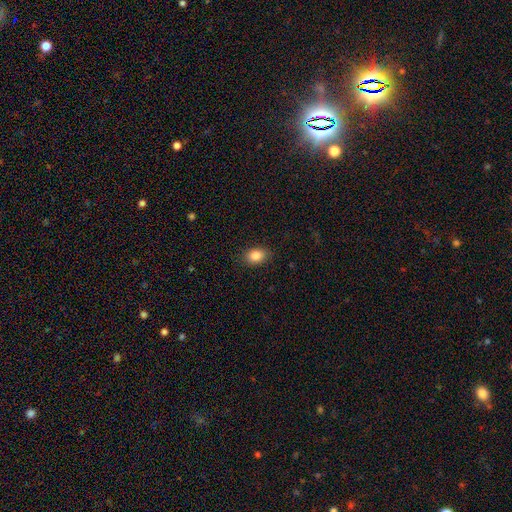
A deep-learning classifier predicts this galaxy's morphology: A smooth galaxy with no disk features (85%) that is in between round and cigar-shaped (71%).

Vote fractions:
- Smooth or featured? smooth: 85% / star or artifact: 9% / featured or disk: 6%
- How rounded? in between: 71% / round: 28% / cigar-shaped: 1%
- Merging? none: 87% / minor disturbance: 10% / major disturbance: 2% / merger: 1%